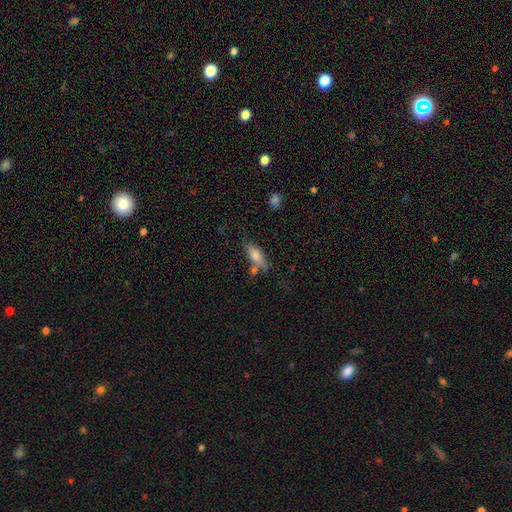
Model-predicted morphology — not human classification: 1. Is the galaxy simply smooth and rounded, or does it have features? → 76% smooth, 16% featured or disk, 7% star or artifact.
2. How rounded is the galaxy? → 67% in between, 30% cigar-shaped, 3% round.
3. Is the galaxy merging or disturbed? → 60% none, 19% minor disturbance, 15% merger, 6% major disturbance.